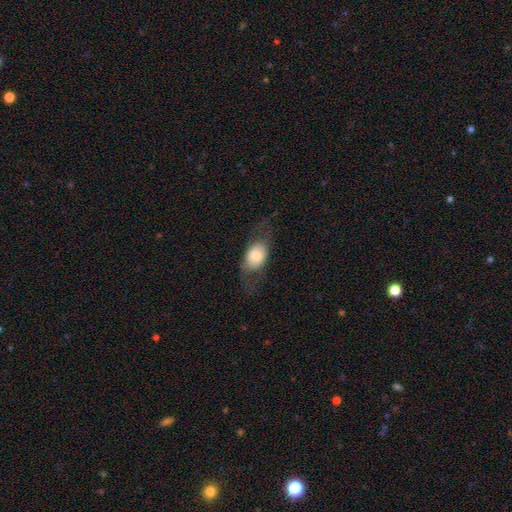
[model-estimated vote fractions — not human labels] Smooth or featured? smooth (58%)
How rounded? in between (64%)
Merging? none (64%)